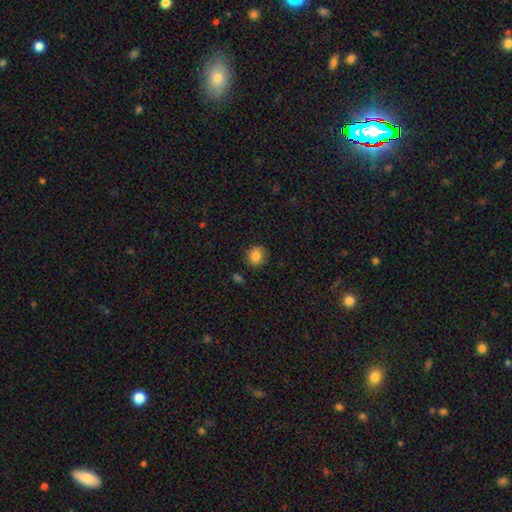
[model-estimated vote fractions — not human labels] This is clearly a smooth galaxy (84%). How rounded: clearly round (86%). Merging: clearly none (88%).